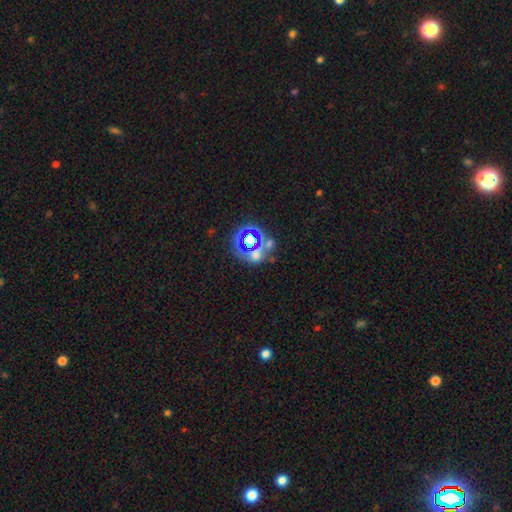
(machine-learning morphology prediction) Smooth or featured: star or artifact — 52% (smooth — 32%)